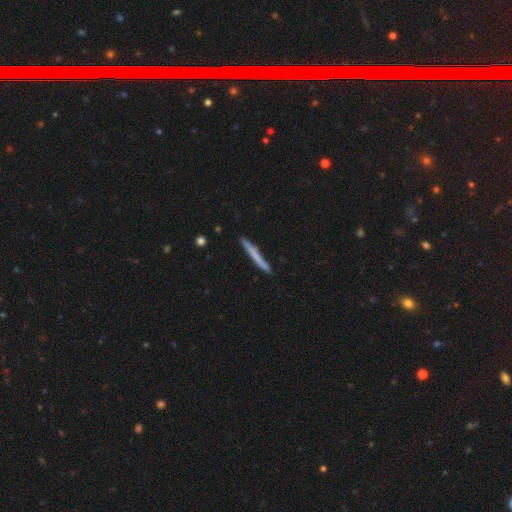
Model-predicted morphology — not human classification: Smooth or featured: smooth — 64% (featured or disk — 31%)
How rounded: cigar-shaped — 97% (in between — 2%)
Merging: none — 89% (minor disturbance — 8%)